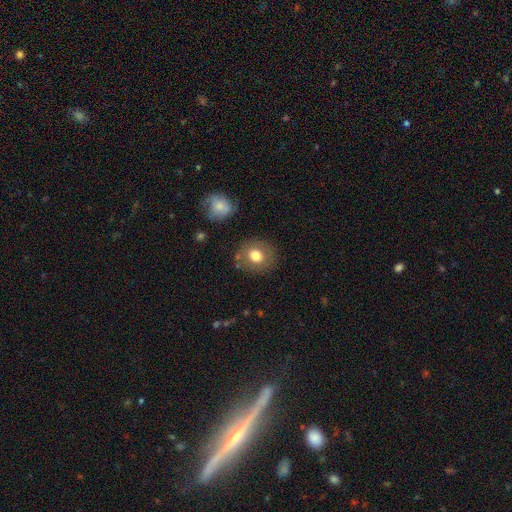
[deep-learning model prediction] Q: Smooth or featured?
A: smooth (75%); runner-up: featured or disk (16%)
Q: How rounded?
A: round (76%); runner-up: in between (23%)
Q: Merging?
A: none (82%); runner-up: minor disturbance (11%)